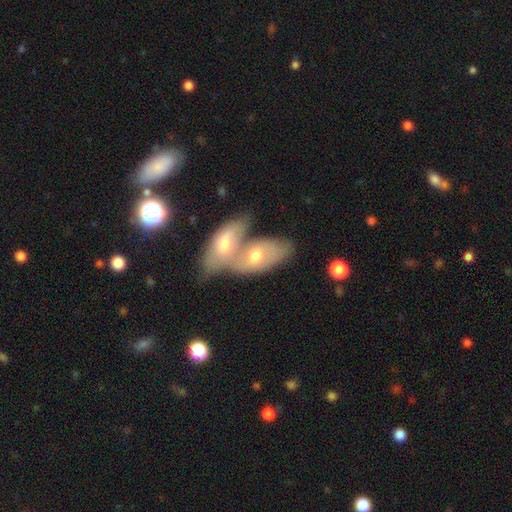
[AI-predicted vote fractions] smooth-or-featured: smooth: 50% | featured or disk: 43% | star or artifact: 7%
  how-rounded: in between: 87% | cigar-shaped: 8% | round: 5%
  merging: merger: 72% | none: 17% | minor disturbance: 7% | major disturbance: 4%